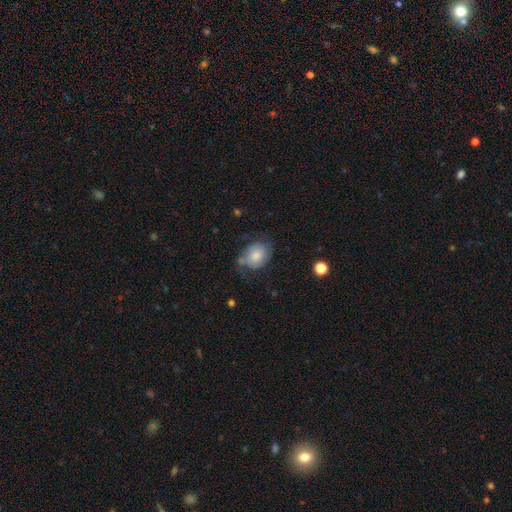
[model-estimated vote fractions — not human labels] This appears to be a smooth galaxy with no disk features (74%) that is in between round and cigar-shaped (53%). Merging: none (51%).